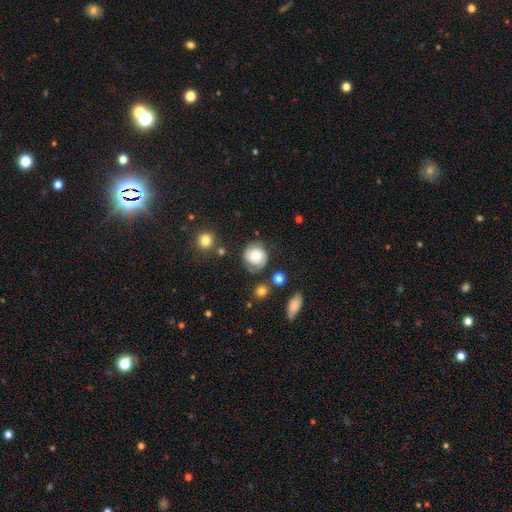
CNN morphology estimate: The model was most divided on "smooth or featured": smooth: 54%, featured or disk: 37%, star or artifact: 9%. More confident: how rounded — round (85%); merging — none (65%).